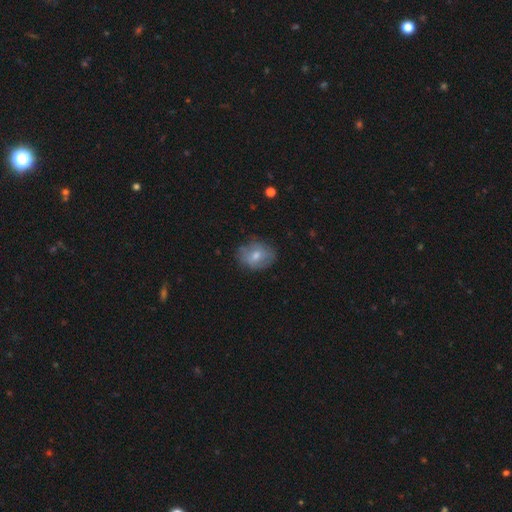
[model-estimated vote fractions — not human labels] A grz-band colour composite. It shows a smooth galaxy with no disk features (61%) that is in between round and cigar-shaped (55%). Merging: none (68%).